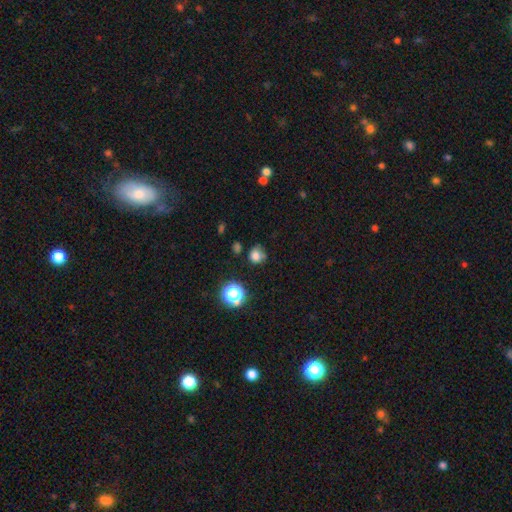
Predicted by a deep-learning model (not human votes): Smooth or featured? Predicted: smooth (p=0.75). How rounded? Predicted: round (p=0.80). Merging? Predicted: none (p=0.64).